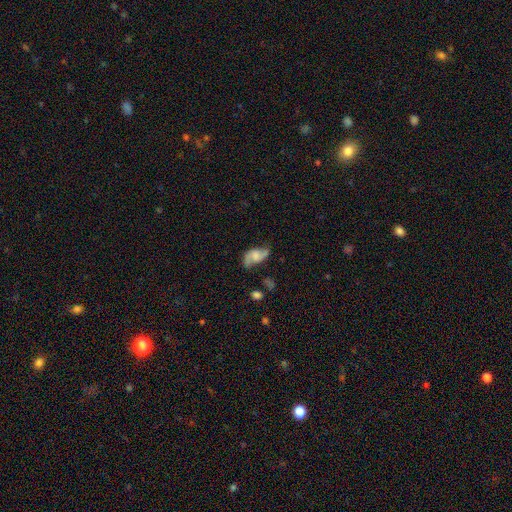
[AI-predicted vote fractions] This appears to be a featured or disk galaxy (67%) with no bar (54%), 2 (89%) loose (63%) spiral arms (91%) and no central bulge (32%). Merging: none (59%).